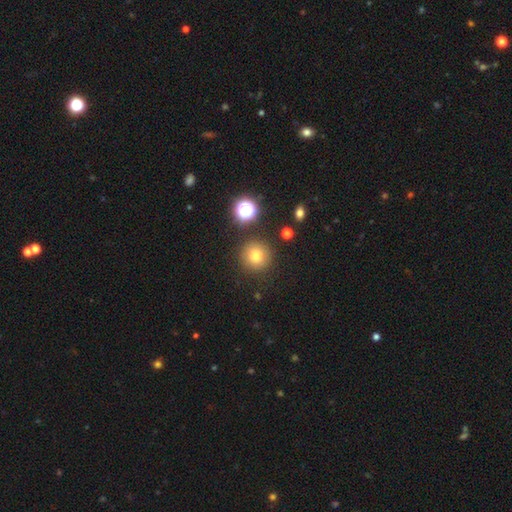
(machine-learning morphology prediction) smooth 76%, star or artifact 15%, featured or disk 9%. Down the decision tree: how rounded — round (95%); merging — none (87%).